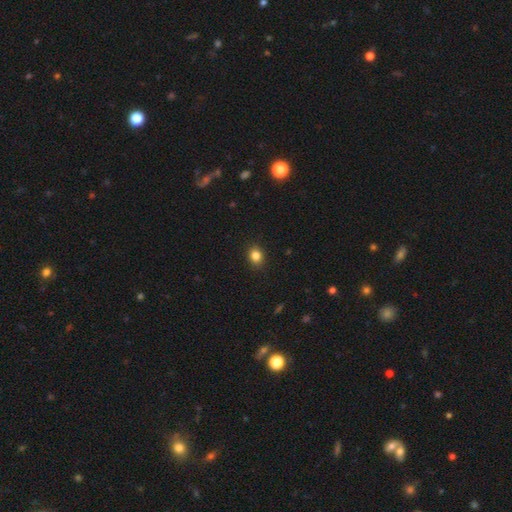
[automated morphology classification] This appears to be a smooth galaxy with no disk features (84%) that is round (60%). Merging: none (89%).